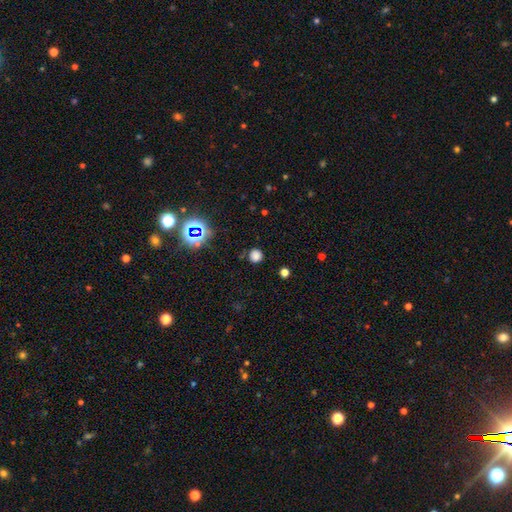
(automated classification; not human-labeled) Overall: smooth (73%). How rounded: round (91%). Merging: none (84%).